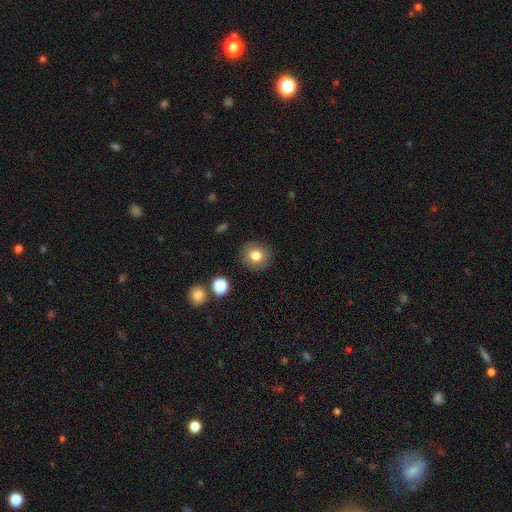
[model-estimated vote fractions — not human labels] This is likely a smooth galaxy (79%). How rounded: clearly round (90%). Merging: clearly none (88%).